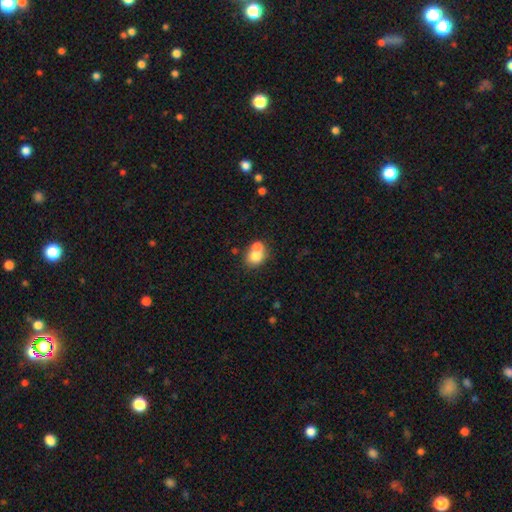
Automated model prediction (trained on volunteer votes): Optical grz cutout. It shows a smooth galaxy with no disk features (73%) that is round (60%). Merging: merger (57%).